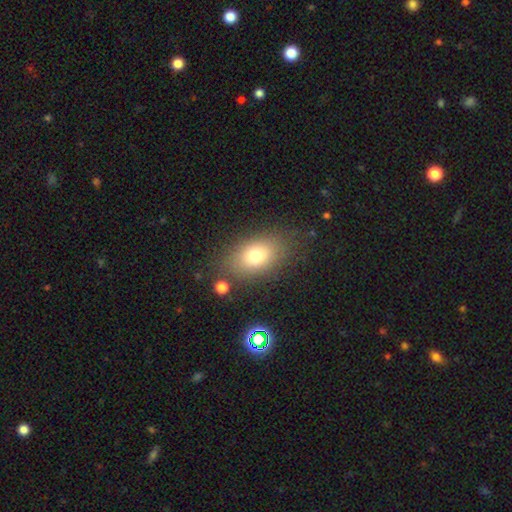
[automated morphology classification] Smooth or featured? smooth (75%)
How rounded? in between (81%)
Merging? none (78%)